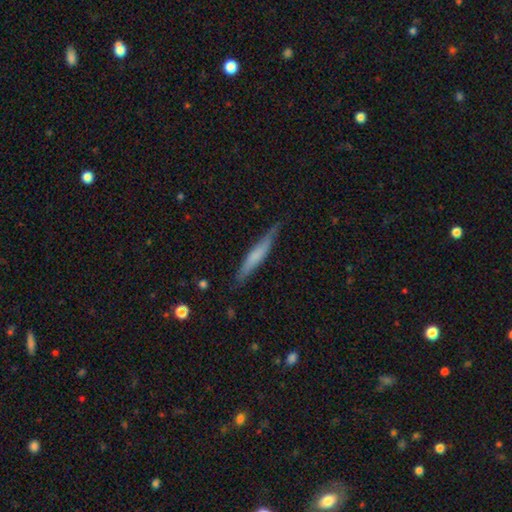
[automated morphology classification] This appears to be a smooth galaxy with no disk features (55%) that is cigar-shaped (93%). Merging: none (82%).